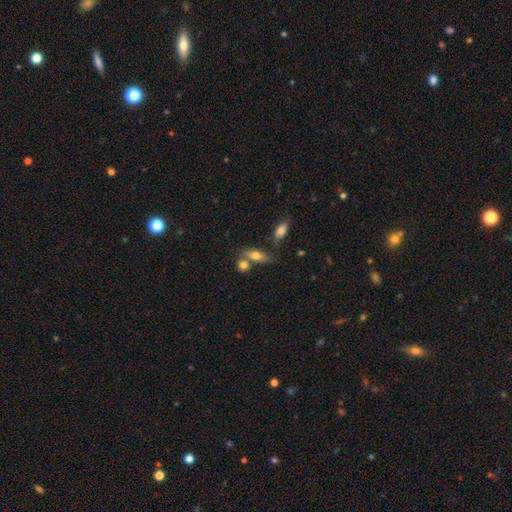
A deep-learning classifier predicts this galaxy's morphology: smooth_or_featured: smooth (p=0.72) [alt: featured or disk p=0.19]
how_rounded: in between (p=0.70) [alt: cigar-shaped p=0.18]
merging: none (p=0.49) [alt: merger p=0.34]